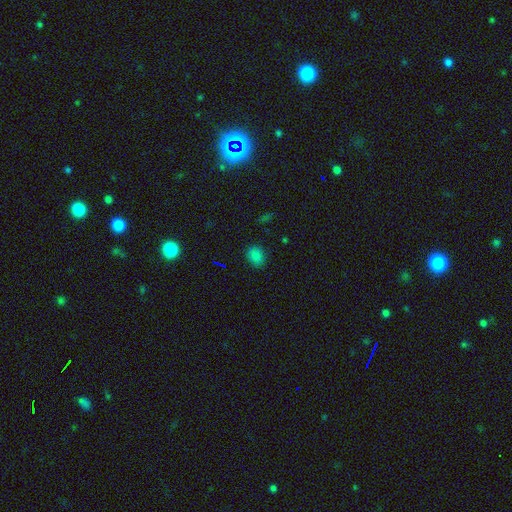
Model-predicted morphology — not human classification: Smooth or featured: smooth — 80% (star or artifact — 16%)
How rounded: round — 53% (in between — 46%)
Merging: none — 86% (minor disturbance — 10%)